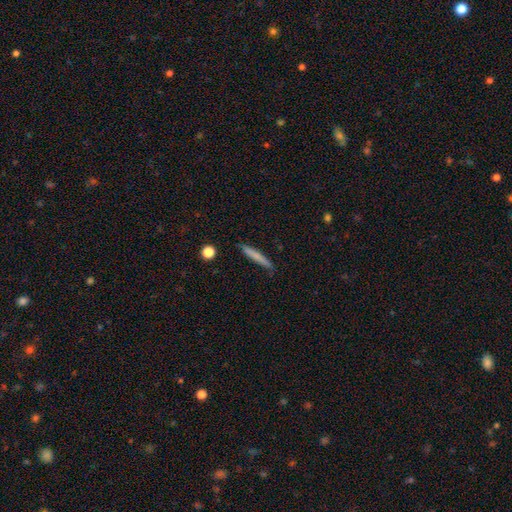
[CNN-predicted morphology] Smooth or featured? smooth (71%)
How rounded? cigar-shaped (95%)
Merging? none (87%)